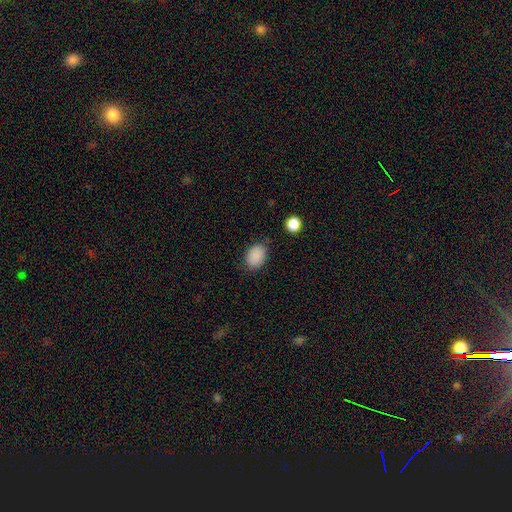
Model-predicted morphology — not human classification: Smooth or featured?
  - smooth: 88% *
  - star or artifact: 9%
  - featured or disk: 3%
How rounded?
  - in between: 77% *
  - round: 22%
  - cigar-shaped: 1%
Merging?
  - none: 78% *
  - minor disturbance: 16%
  - major disturbance: 4%
  - merger: 2%